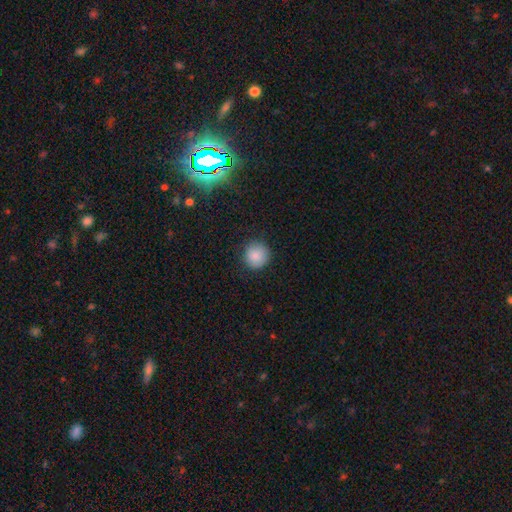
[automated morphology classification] Smooth or featured? smooth (86%)
How rounded? round (94%)
Merging? none (86%)